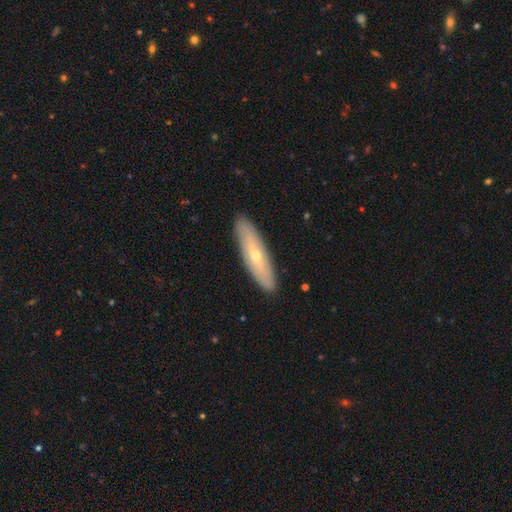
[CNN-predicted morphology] Smooth or featured? Predicted: featured or disk (p=0.54). Edge-on disk? Predicted: no (p=0.51). Merging? Predicted: none (p=0.88).